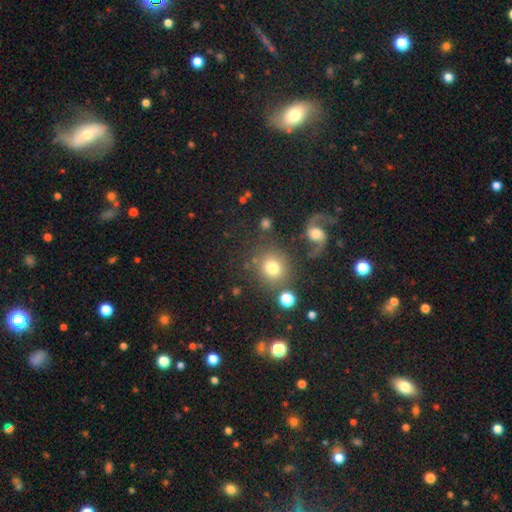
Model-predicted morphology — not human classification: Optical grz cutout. It shows a smooth galaxy with no disk features (52%) that is round (86%). Merging: none (76%).